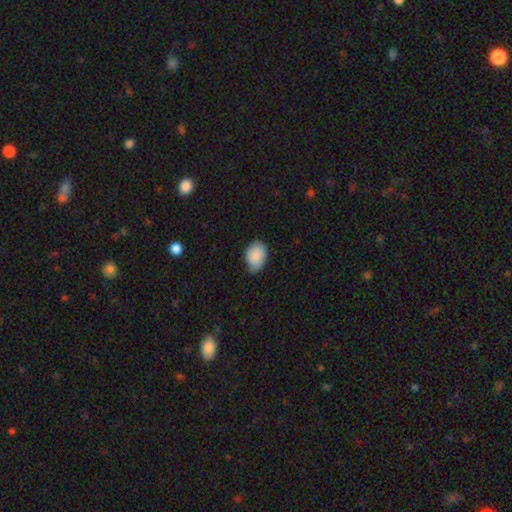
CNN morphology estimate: A smooth galaxy with no disk features (87%) that is in between round and cigar-shaped (77%).

Vote fractions:
- Smooth or featured? smooth: 87% / star or artifact: 7% / featured or disk: 6%
- How rounded? in between: 77% / round: 22% / cigar-shaped: 1%
- Merging? none: 58% / minor disturbance: 36% / major disturbance: 5% / merger: 1%